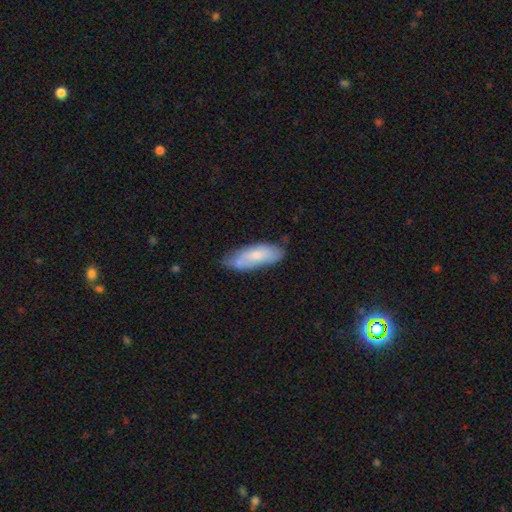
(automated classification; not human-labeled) A smooth galaxy with no disk features (70%) that is in between round and cigar-shaped (67%). Merging: none (59%).